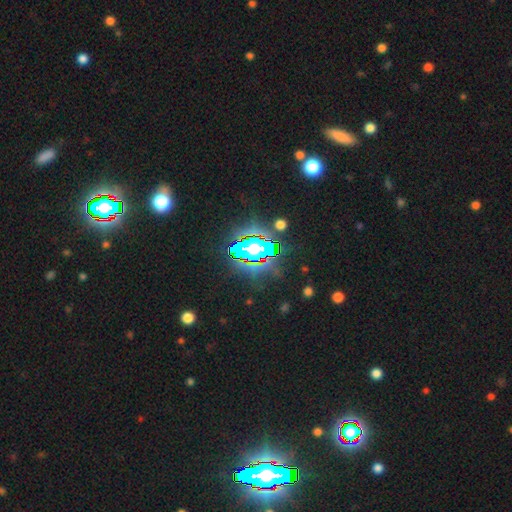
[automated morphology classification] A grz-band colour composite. It shows a star or artifact, not a galaxy (83%).